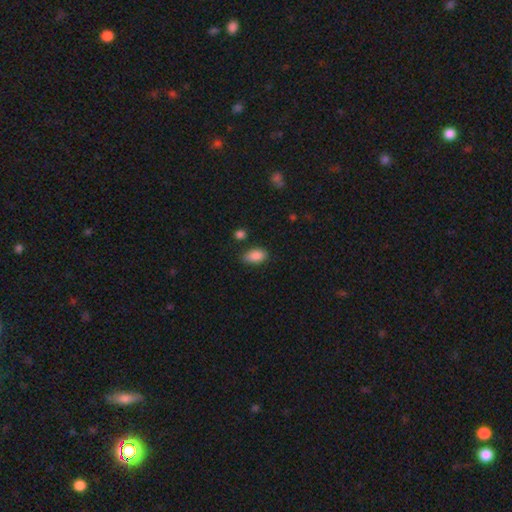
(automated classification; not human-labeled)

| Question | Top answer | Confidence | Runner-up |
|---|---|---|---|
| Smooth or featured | smooth | 88% | star or artifact (8%) |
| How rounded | in between | 92% | round (5%) |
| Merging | none | 76% | minor disturbance (17%) |